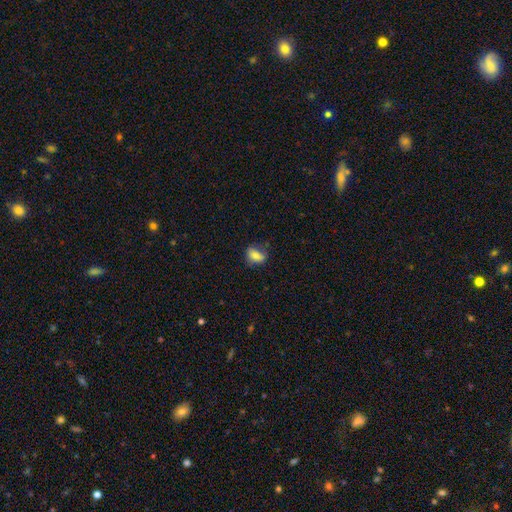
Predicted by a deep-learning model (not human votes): Smooth or featured?
  - smooth: 76% *
  - featured or disk: 15%
  - star or artifact: 9%
How rounded?
  - in between: 72% *
  - round: 22%
  - cigar-shaped: 6%
Merging?
  - none: 68% *
  - minor disturbance: 23%
  - major disturbance: 7%
  - merger: 2%